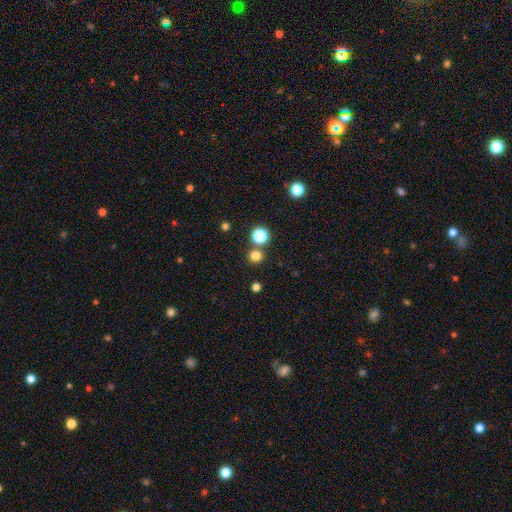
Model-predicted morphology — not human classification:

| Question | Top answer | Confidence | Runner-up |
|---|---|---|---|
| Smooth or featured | smooth | 78% | star or artifact (18%) |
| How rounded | round | 93% | in between (6%) |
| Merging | none | 78% | merger (14%) |